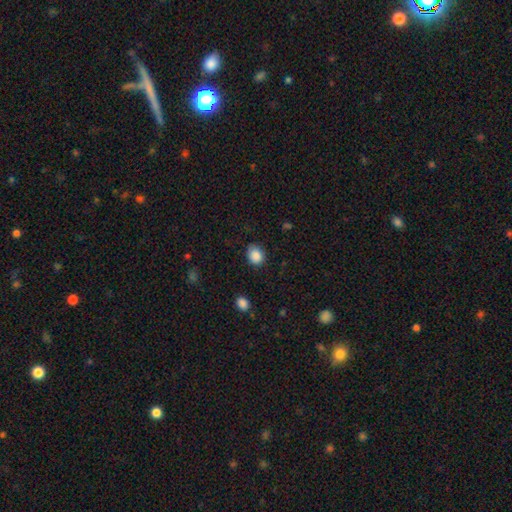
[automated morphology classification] type=smooth (88%); roundness=round (58%); merging=none (79%).